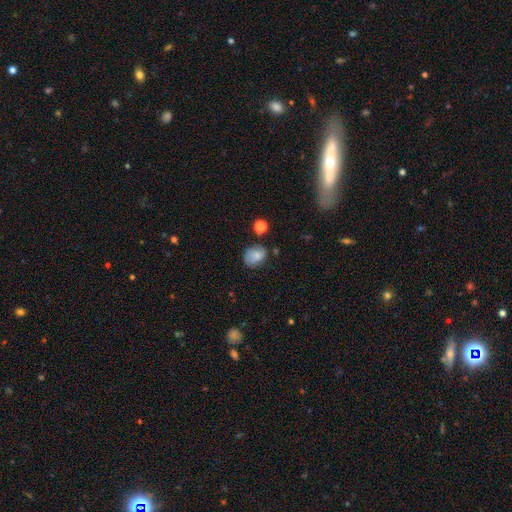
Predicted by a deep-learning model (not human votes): Q: Smooth or featured?
A: smooth (75%); runner-up: featured or disk (15%)
Q: How rounded?
A: in between (65%); runner-up: round (34%)
Q: Merging?
A: none (60%); runner-up: minor disturbance (28%)